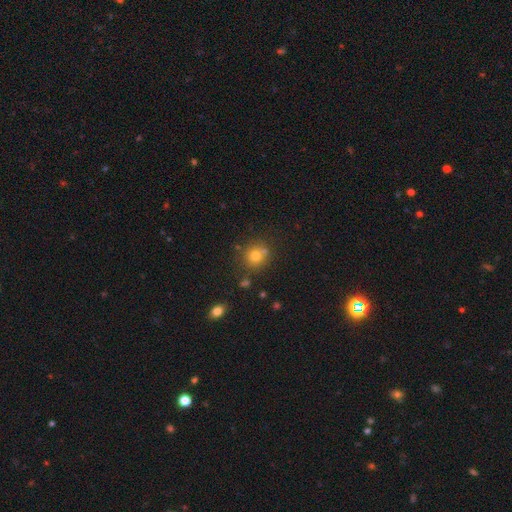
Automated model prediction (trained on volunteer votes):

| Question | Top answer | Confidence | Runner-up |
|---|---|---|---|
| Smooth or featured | smooth | 74% | star or artifact (15%) |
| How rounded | round | 88% | in between (11%) |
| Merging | none | 70% | merger (16%) |